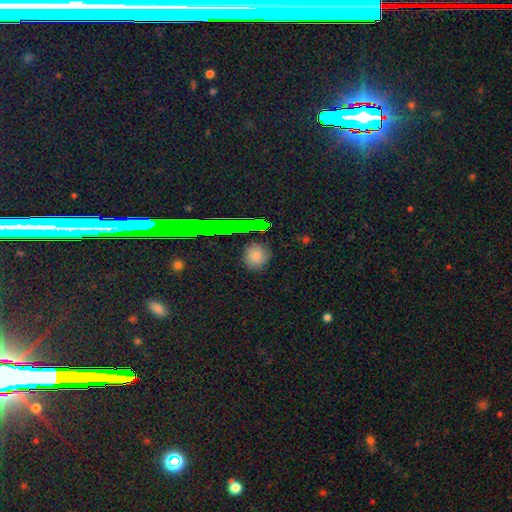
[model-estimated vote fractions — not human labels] smooth_or_featured: smooth (p=0.68) [alt: star or artifact p=0.21]
how_rounded: round (p=0.81) [alt: in between p=0.17]
merging: none (p=0.81) [alt: minor disturbance p=0.13]